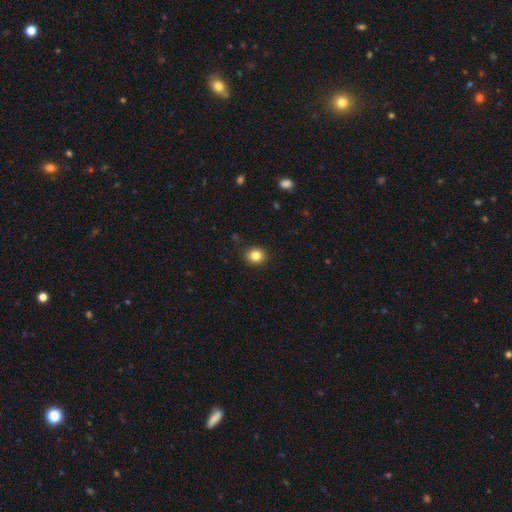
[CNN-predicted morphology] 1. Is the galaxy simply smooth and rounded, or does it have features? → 83% smooth, 11% star or artifact, 6% featured or disk.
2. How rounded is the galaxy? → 74% round, 25% in between, 1% cigar-shaped.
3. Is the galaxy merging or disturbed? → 91% none, 7% minor disturbance, 2% major disturbance, 1% merger.